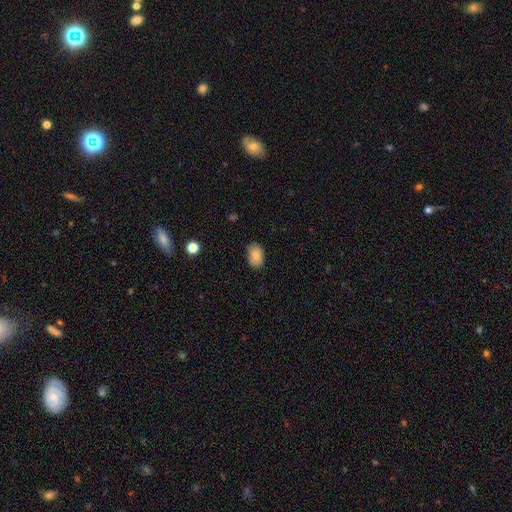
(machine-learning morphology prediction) Overall: smooth (86%). How rounded: in between (87%). Merging: none (83%).